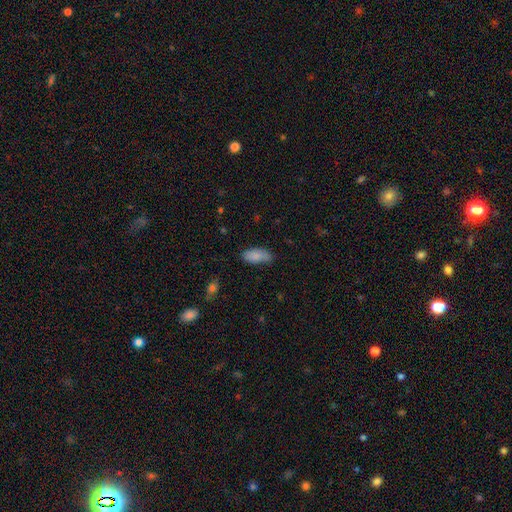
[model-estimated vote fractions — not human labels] A smooth galaxy with no disk features (87%) that is in between round and cigar-shaped (88%). Merging: none (75%).